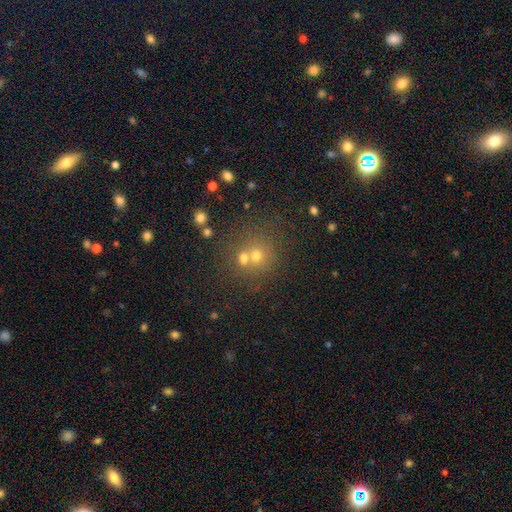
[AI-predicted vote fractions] A smooth galaxy with no disk features (61%) that is round (86%).

Vote fractions:
- Smooth or featured? smooth: 61% / star or artifact: 23% / featured or disk: 17%
- How rounded? round: 86% / in between: 14% / cigar-shaped: 1%
- Merging? none: 50% / merger: 39% / minor disturbance: 7% / major disturbance: 4%